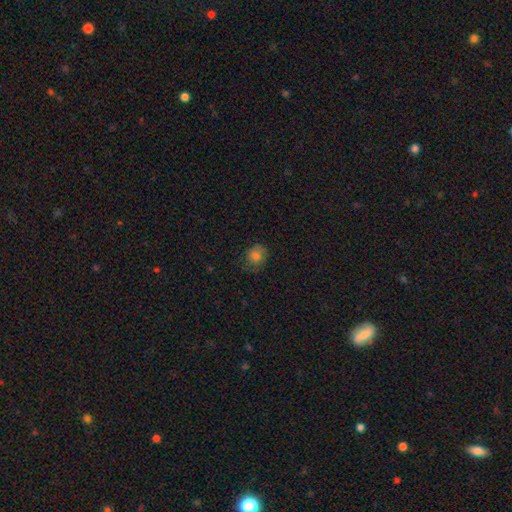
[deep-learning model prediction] Smooth or featured? Predicted: smooth (p=0.75). How rounded? Predicted: round (p=0.65). Merging? Predicted: none (p=0.69).